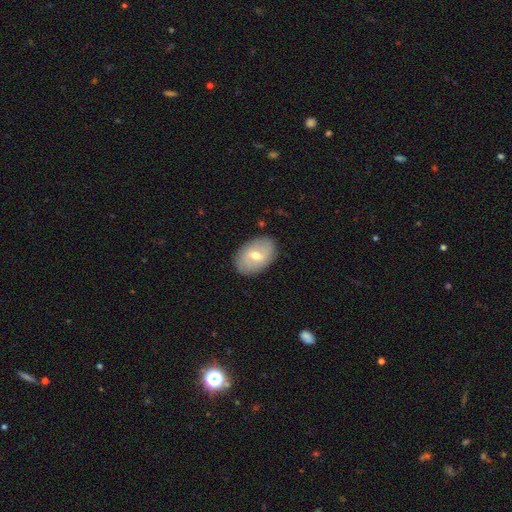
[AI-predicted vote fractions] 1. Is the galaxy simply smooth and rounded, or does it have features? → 47% smooth, 46% featured or disk, 7% star or artifact.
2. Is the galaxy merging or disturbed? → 86% none, 10% minor disturbance, 3% major disturbance, 1% merger.